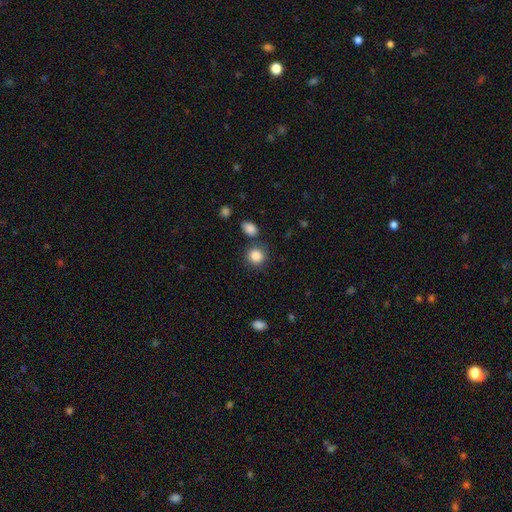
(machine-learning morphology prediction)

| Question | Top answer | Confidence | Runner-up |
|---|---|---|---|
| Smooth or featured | smooth | 87% | star or artifact (9%) |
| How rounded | round | 85% | in between (14%) |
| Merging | none | 78% | minor disturbance (10%) |